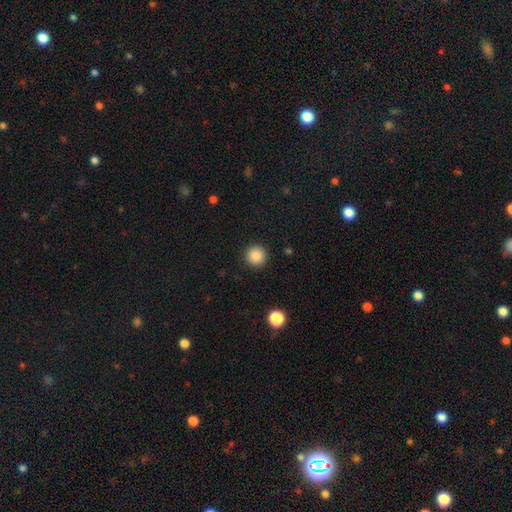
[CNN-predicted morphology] This is clearly a smooth galaxy (87%). How rounded: clearly round (96%). Merging: clearly none (92%).